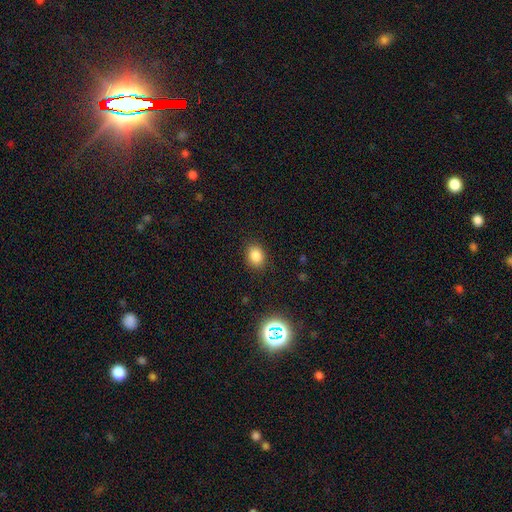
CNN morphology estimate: smooth 83%, star or artifact 12%, featured or disk 5%. Down the decision tree: how rounded — in between (52%); merging — none (87%).